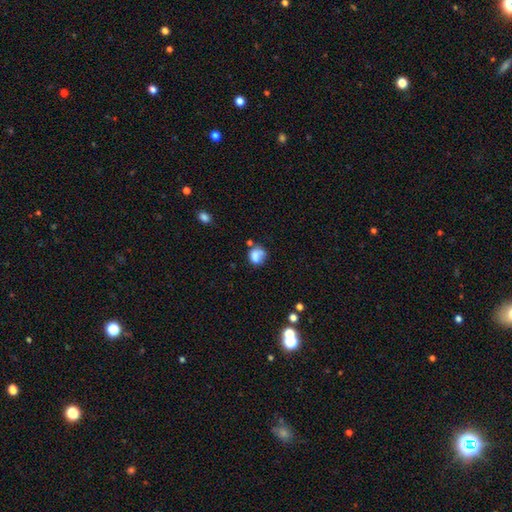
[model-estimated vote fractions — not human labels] smooth_or_featured: smooth (p=0.73) [alt: featured or disk p=0.16]
how_rounded: round (p=0.66) [alt: in between p=0.33]
merging: none (p=0.45) [alt: minor disturbance p=0.23]